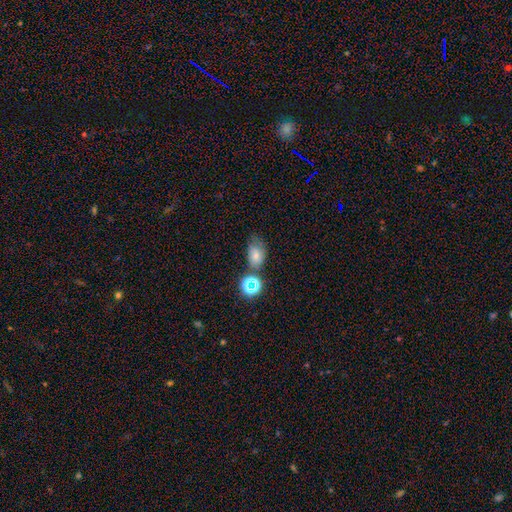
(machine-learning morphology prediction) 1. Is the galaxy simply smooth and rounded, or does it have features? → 45% smooth, 32% star or artifact, 24% featured or disk.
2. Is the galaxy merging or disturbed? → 51% none, 25% minor disturbance, 13% major disturbance, 11% merger.